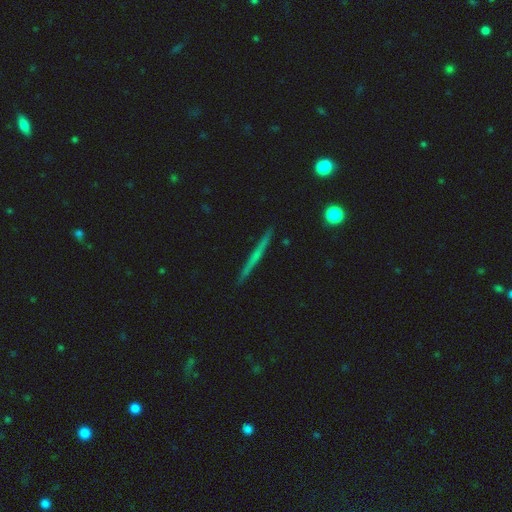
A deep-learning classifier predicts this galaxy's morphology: featured or disk 56%, smooth 37%, star or artifact 7%. Down the decision tree: edge-on disk — yes (97%); edge-on bulge — none (84%); merging — none (92%).